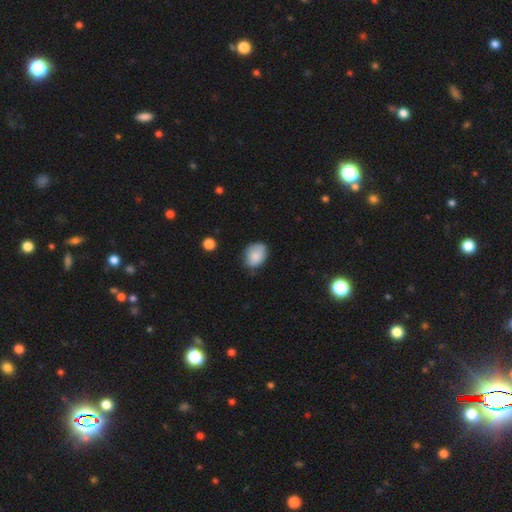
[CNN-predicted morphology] Smooth or featured: smooth — 81% (featured or disk — 11%)
How rounded: in between — 71% (round — 28%)
Merging: none — 64% (minor disturbance — 29%)